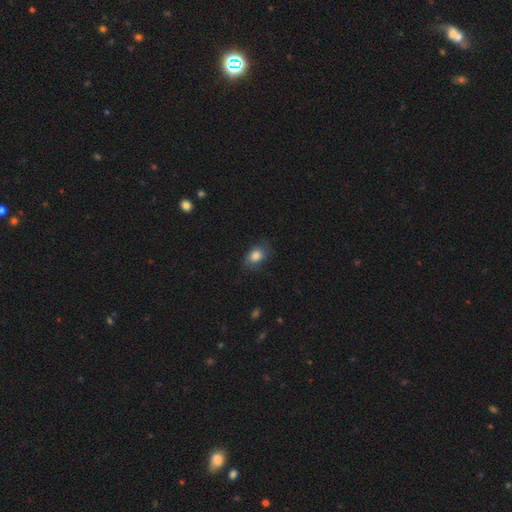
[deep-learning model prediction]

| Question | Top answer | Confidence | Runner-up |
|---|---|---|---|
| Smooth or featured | smooth | 80% | featured or disk (11%) |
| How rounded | in between | 72% | round (27%) |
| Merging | none | 71% | minor disturbance (21%) |